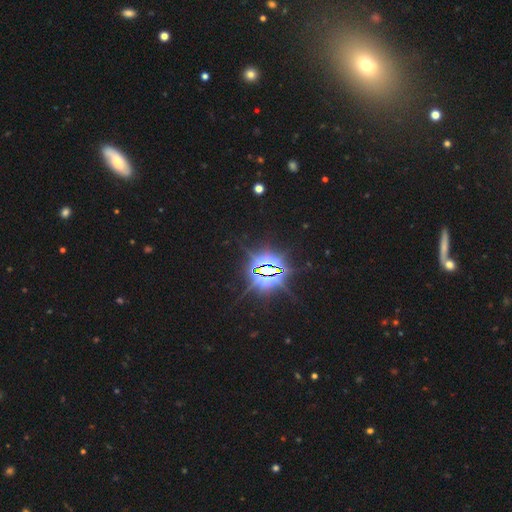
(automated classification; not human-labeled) Morphology: type=star or artifact (85%).